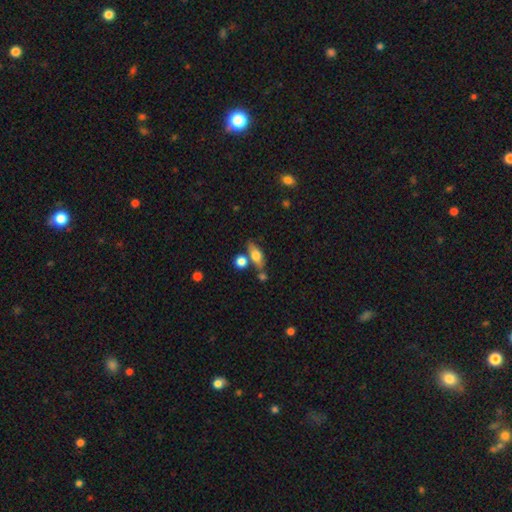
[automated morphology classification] A smooth galaxy with no disk features (64%) that is in between round and cigar-shaped (68%). Merging: none (63%).